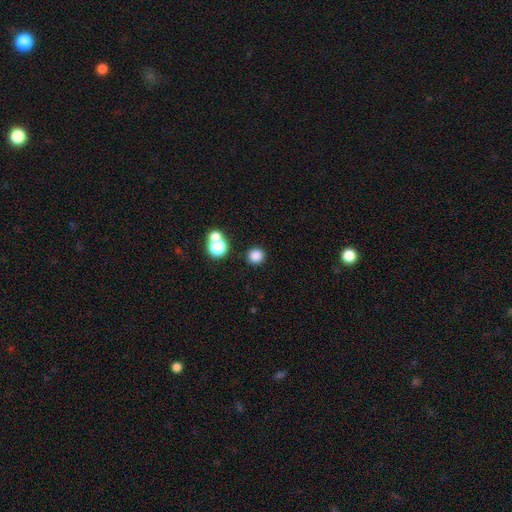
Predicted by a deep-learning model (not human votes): Overall: smooth (82%). How rounded: round (91%). Merging: none (84%).